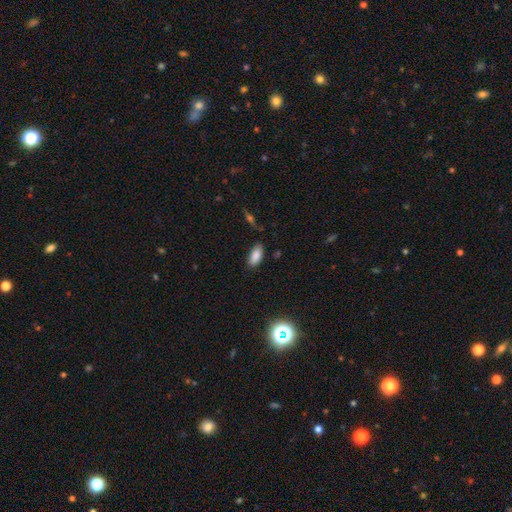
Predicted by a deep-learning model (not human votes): Smooth or featured: smooth — 84% (star or artifact — 10%)
How rounded: in between — 89% (cigar-shaped — 8%)
Merging: none — 80% (minor disturbance — 15%)